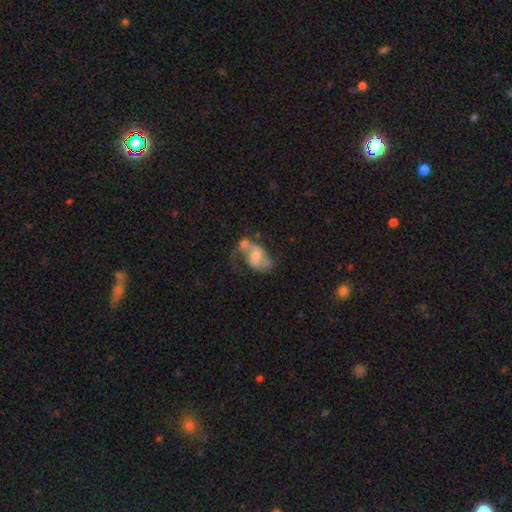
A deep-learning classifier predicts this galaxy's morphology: Smooth or featured? Predicted: featured or disk (p=0.64). Edge-on disk? Predicted: no (p=0.97). Bar? Predicted: no (p=0.56). Spiral arms? Predicted: yes (p=0.74). Bulge size? Predicted: moderate (p=0.55). Merging? Predicted: major disturbance (p=0.28, tied with merger).